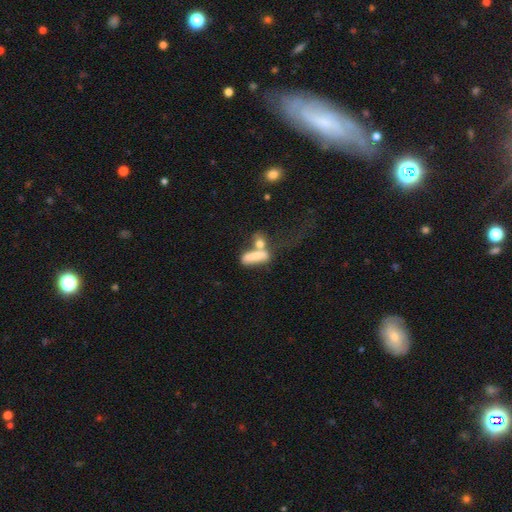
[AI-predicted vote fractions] Overall: smooth (68%). How rounded: in between (62%; cigar-shaped 33%). Merging: merger (55%; none 20%).